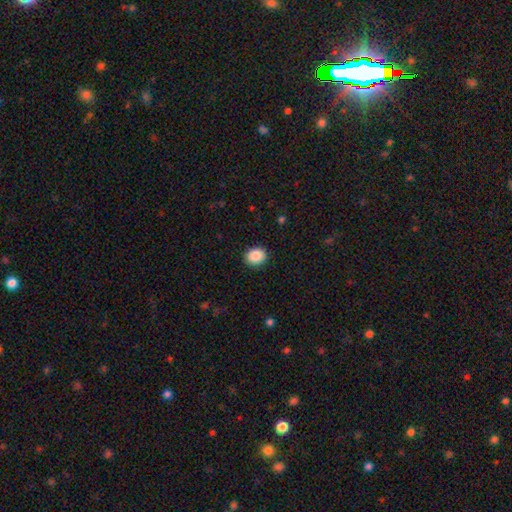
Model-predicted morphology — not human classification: Smooth or featured?
  - smooth: 88% *
  - star or artifact: 8%
  - featured or disk: 4%
How rounded?
  - round: 65% *
  - in between: 35%
  - cigar-shaped: 1%
Merging?
  - none: 91% *
  - minor disturbance: 6%
  - major disturbance: 2%
  - merger: 1%